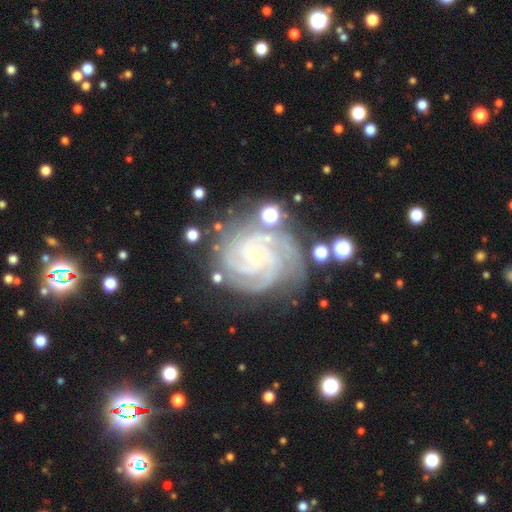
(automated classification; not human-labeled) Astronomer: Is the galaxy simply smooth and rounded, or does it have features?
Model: featured or disk — 91%.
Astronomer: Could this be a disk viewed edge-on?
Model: no — 98%.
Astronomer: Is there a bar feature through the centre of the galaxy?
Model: no — 73%.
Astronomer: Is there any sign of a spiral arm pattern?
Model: yes — 99%.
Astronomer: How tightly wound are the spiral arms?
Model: tight — 76%.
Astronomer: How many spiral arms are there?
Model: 3 — 31% (runner-up: 4, 29%).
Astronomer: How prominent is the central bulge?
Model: small — 87%.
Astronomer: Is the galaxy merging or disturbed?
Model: none — 73%.